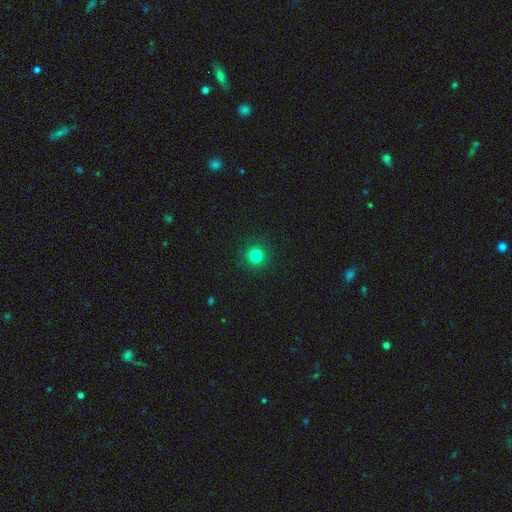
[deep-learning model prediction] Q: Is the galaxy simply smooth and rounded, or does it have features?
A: smooth — 81%.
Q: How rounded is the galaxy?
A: round — 95%.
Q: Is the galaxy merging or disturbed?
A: none — 92%.